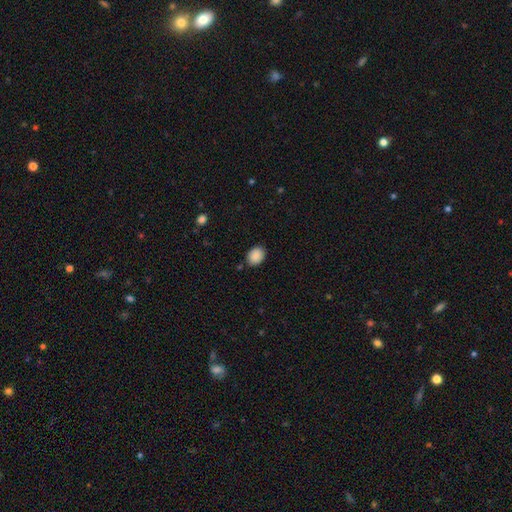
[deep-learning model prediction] smooth-or-featured: smooth: 89% | star or artifact: 8% | featured or disk: 3%
  how-rounded: in between: 59% | round: 40% | cigar-shaped: 1%
  merging: none: 84% | minor disturbance: 11% | major disturbance: 3% | merger: 2%